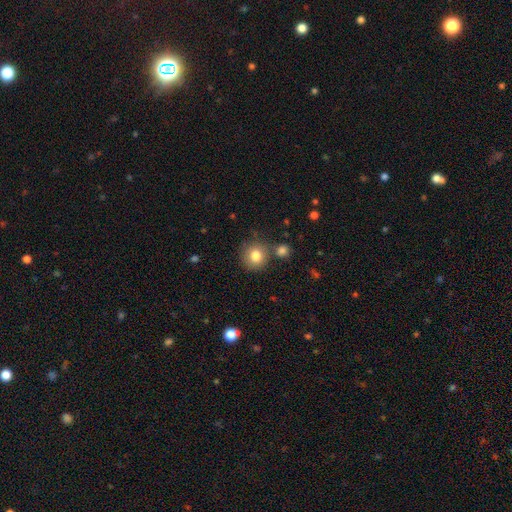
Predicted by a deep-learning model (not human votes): Overall: smooth (81%). How rounded: round (90%). Merging: none (76%).